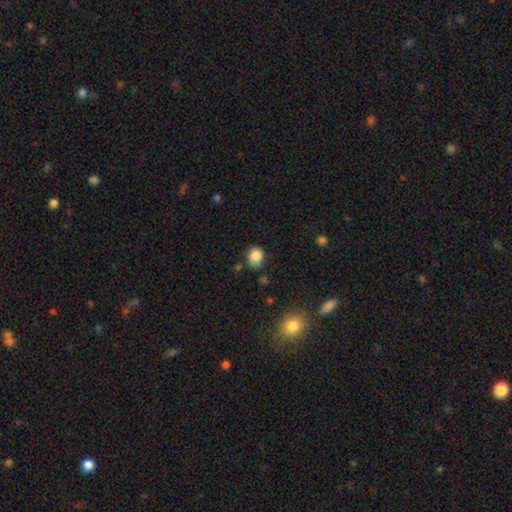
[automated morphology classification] A smooth galaxy with no disk features (86%) that is round (53%).

Vote fractions:
- Smooth or featured? smooth: 86% / star or artifact: 10% / featured or disk: 4%
- How rounded? round: 53% / in between: 46% / cigar-shaped: 1%
- Merging? none: 66% / minor disturbance: 25% / major disturbance: 5% / merger: 4%